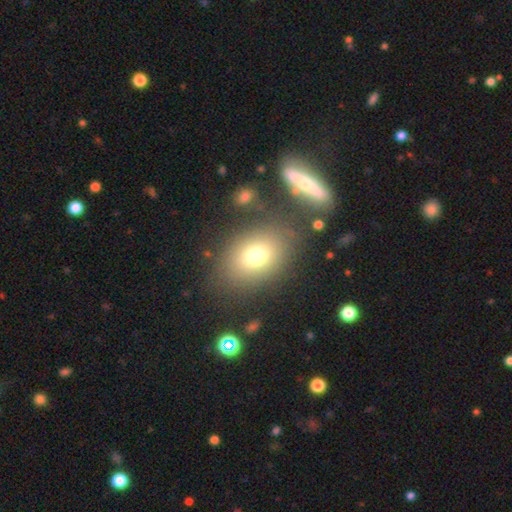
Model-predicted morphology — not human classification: Overall: smooth (72%). How rounded: in between (65%; round 34%). Merging: none (75%).